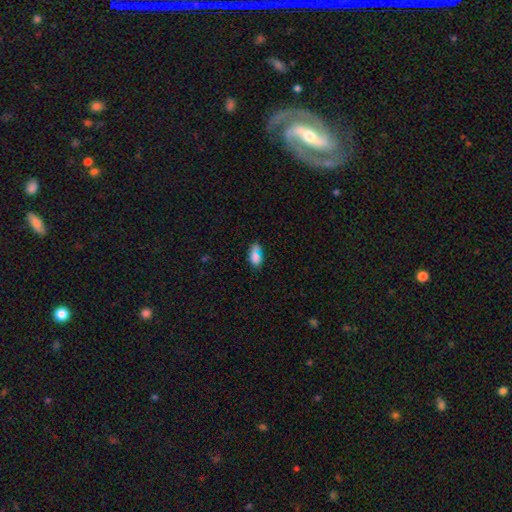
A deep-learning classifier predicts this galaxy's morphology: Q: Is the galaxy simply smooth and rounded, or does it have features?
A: smooth — 75%.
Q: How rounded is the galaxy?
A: in between — 87%.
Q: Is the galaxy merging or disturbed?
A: none — 44%.